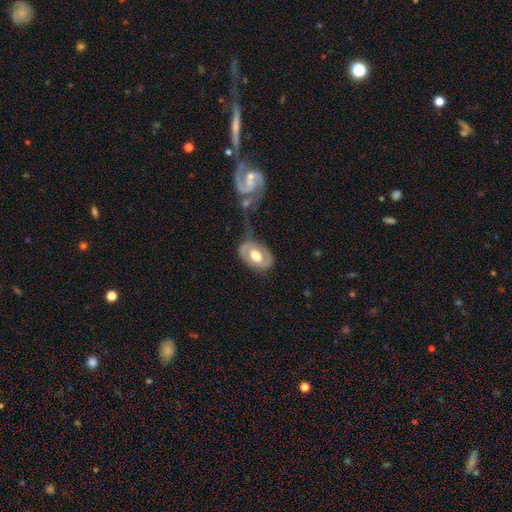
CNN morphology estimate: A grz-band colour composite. It shows a featured or disk galaxy (56%) with no bar (60%), spiral arms (55%) and a moderate central bulge (62%). Merging: none (52%).